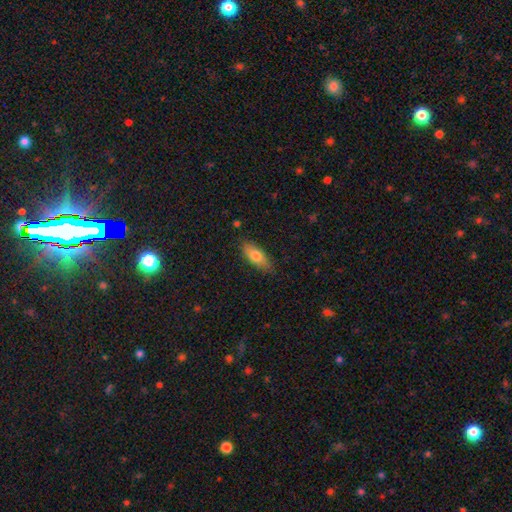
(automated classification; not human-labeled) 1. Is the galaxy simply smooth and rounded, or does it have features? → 74% smooth, 19% featured or disk, 6% star or artifact.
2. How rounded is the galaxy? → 72% in between, 25% cigar-shaped, 3% round.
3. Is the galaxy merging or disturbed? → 83% none, 14% minor disturbance, 2% major disturbance, 1% merger.